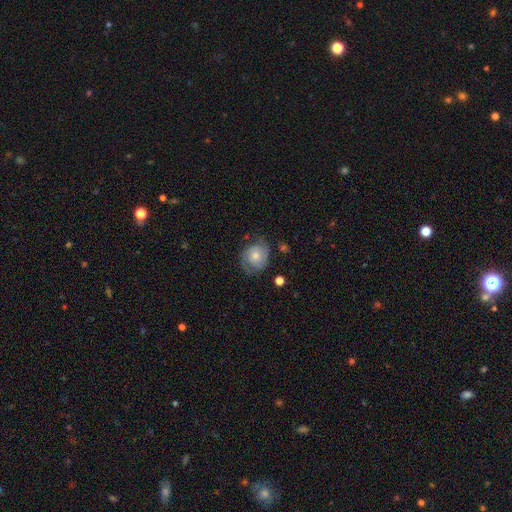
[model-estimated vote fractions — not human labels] Smooth or featured: featured or disk — 58% (smooth — 35%)
Edge-on disk: no — 97% (yes — 3%)
Bar: no — 78% (weak — 18%)
Spiral arms: yes — 84% (no — 16%)
Bulge size: small — 48% (moderate — 44%)
Merging: none — 62% (minor disturbance — 24%)